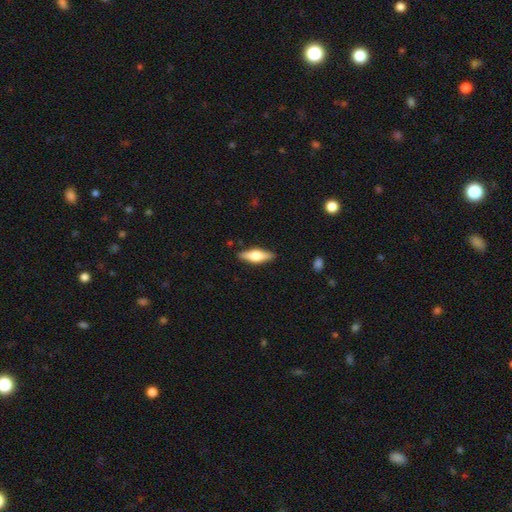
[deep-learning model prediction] Smooth or featured? featured or disk (48%)
Merging? none (88%)